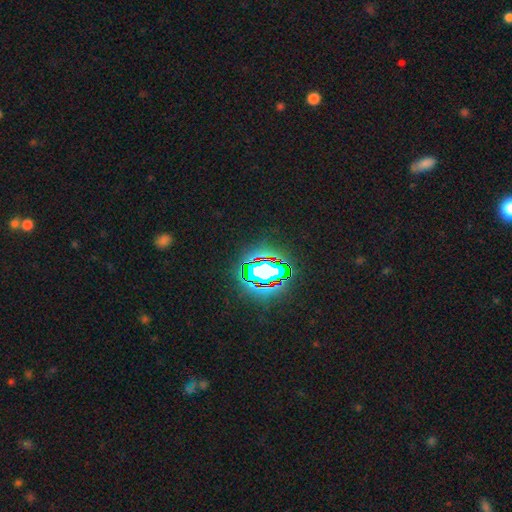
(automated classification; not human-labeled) The model was most divided on "smooth or featured": star or artifact: 81%, smooth: 12%, featured or disk: 7%.